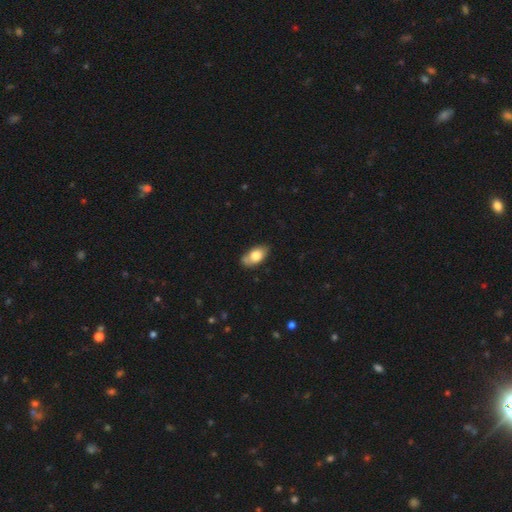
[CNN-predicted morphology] The model was most divided on "merging": none: 66%, minor disturbance: 24%, merger: 5%, major disturbance: 5%. More confident: how rounded — in between (91%); smooth or featured — smooth (77%).